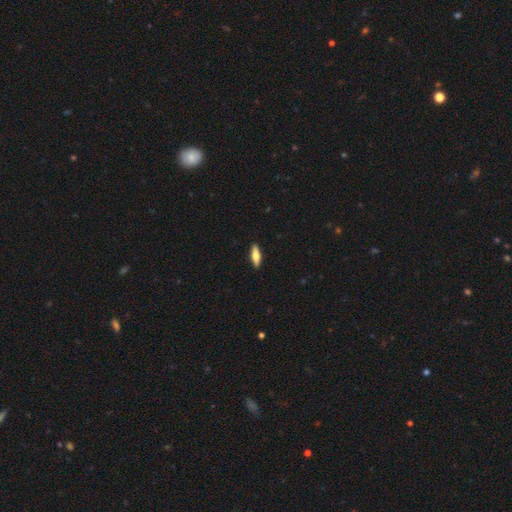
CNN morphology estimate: A smooth galaxy with no disk features (64%) that is in between round and cigar-shaped (51%). Merging: none (91%).